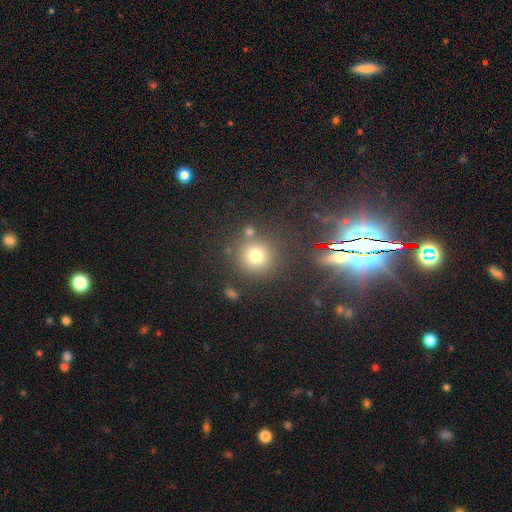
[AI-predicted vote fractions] A smooth galaxy with no disk features (74%) that is round (92%). Merging: none (79%).